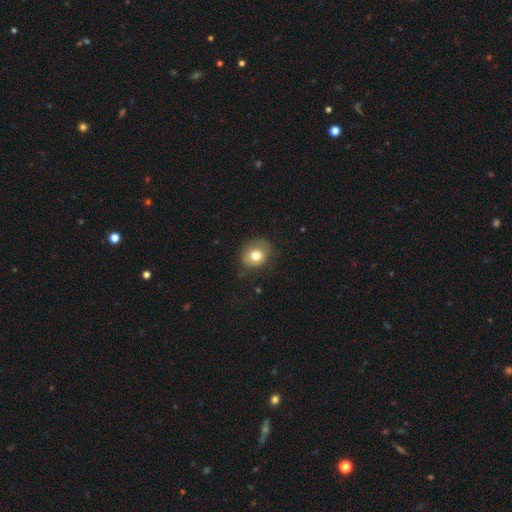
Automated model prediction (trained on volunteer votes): smooth_or_featured: smooth (p=0.76) [alt: featured or disk p=0.14]
how_rounded: round (p=0.65) [alt: in between p=0.34]
merging: none (p=0.71) [alt: minor disturbance p=0.21]